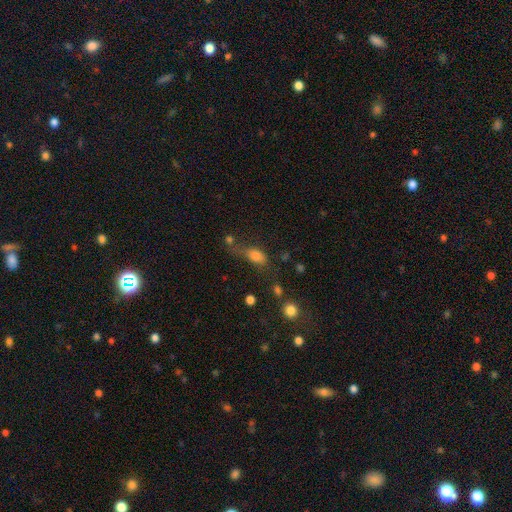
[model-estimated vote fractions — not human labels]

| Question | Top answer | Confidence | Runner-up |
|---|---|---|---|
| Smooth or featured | smooth | 64% | star or artifact (19%) |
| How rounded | in between | 68% | round (16%) |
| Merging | none | 39% | major disturbance (23%) |